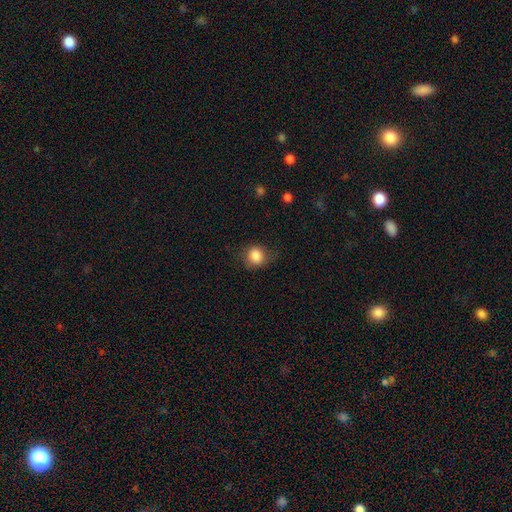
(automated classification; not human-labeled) smooth 85%, star or artifact 9%, featured or disk 7%. Down the decision tree: how rounded — round (75%); merging — none (67%).